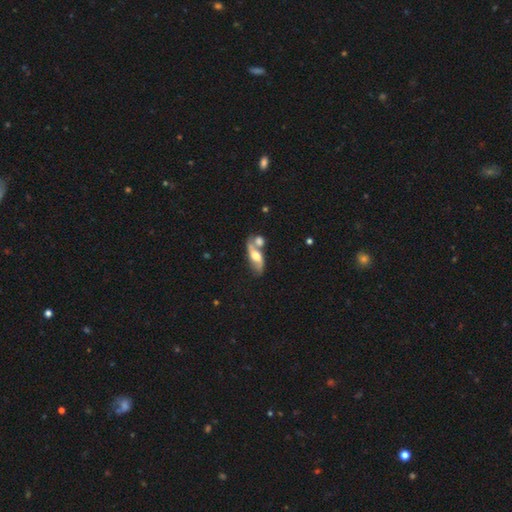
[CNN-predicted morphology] Overall: featured or disk (63%; smooth 31%). Edge-on disk: no (77%). Merging: none (43%; merger 36%).